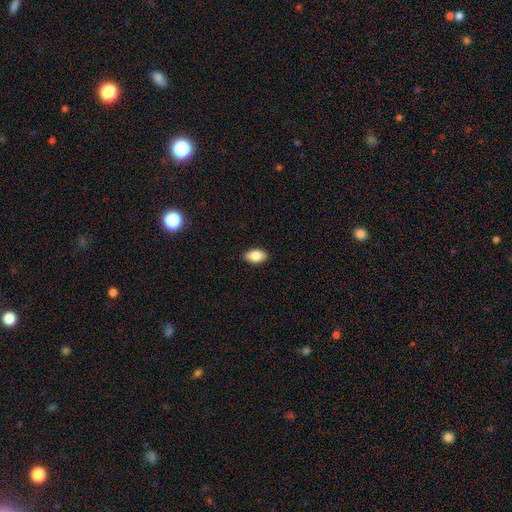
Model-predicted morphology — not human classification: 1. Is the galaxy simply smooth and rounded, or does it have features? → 85% smooth, 8% featured or disk, 7% star or artifact.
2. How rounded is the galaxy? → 92% in between, 6% round, 2% cigar-shaped.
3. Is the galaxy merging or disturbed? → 89% none, 8% minor disturbance, 2% major disturbance, 1% merger.